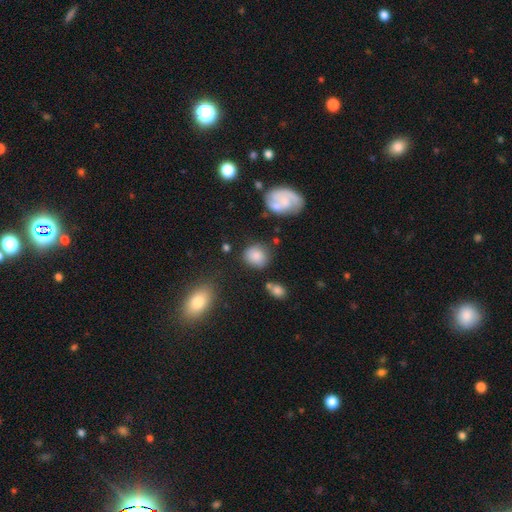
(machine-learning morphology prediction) A smooth galaxy with no disk features (81%) that is round (77%).

Vote fractions:
- Smooth or featured? smooth: 81% / featured or disk: 10% / star or artifact: 9%
- How rounded? round: 77% / in between: 22% / cigar-shaped: 1%
- Merging? none: 71% / minor disturbance: 17% / merger: 6% / major disturbance: 6%